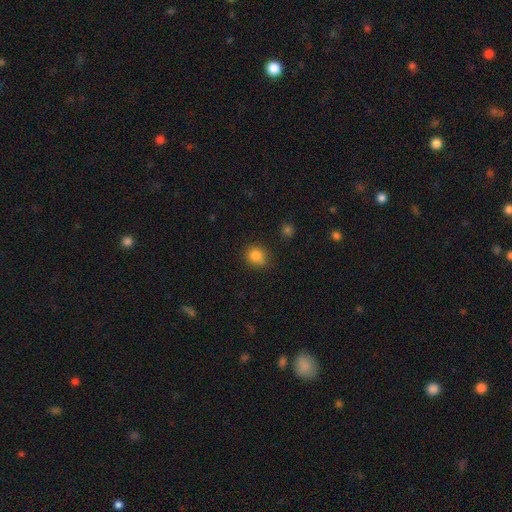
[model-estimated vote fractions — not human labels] smooth-or-featured: smooth: 82% | star or artifact: 12% | featured or disk: 6%
  how-rounded: round: 74% | in between: 25% | cigar-shaped: 1%
  merging: none: 73% | minor disturbance: 19% | major disturbance: 4% | merger: 4%